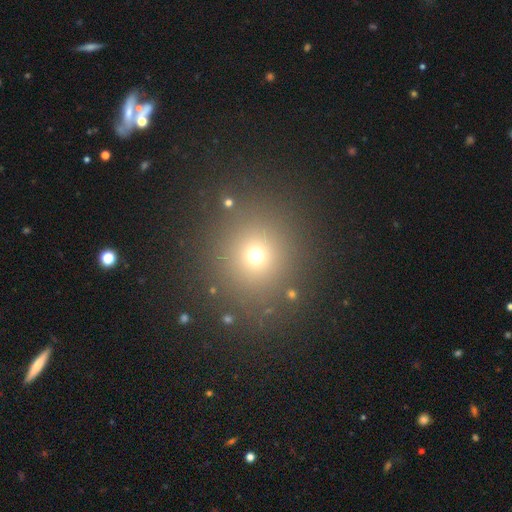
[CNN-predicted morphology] smooth_or_featured: smooth (p=0.66) [alt: star or artifact p=0.25]
how_rounded: round (p=0.89) [alt: in between p=0.10]
merging: none (p=0.86) [alt: minor disturbance p=0.07]